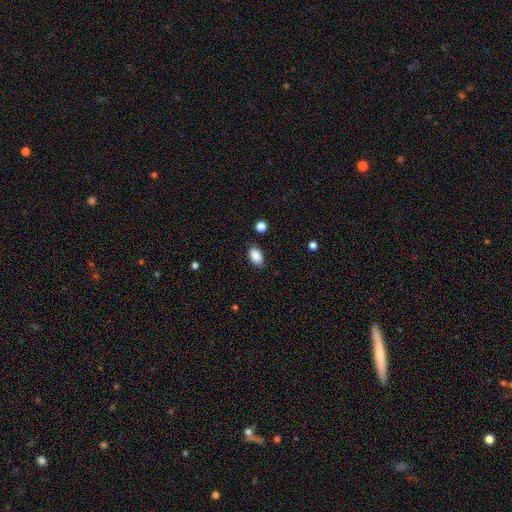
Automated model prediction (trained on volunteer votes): Smooth or featured? Predicted: smooth (p=0.89). How rounded? Predicted: in between (p=0.91). Merging? Predicted: none (p=0.85).